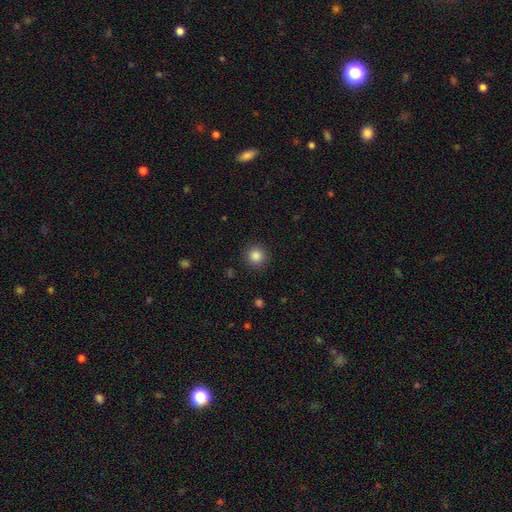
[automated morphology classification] This appears to be a smooth galaxy with no disk features (86%) that is round (94%). Merging: none (90%).